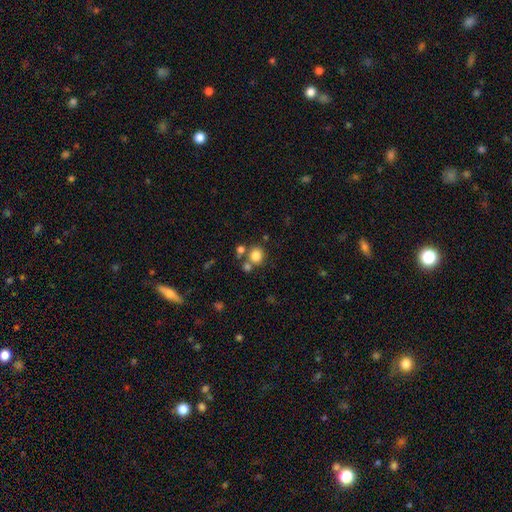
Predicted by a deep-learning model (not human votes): A smooth galaxy with no disk features (81%) that is round (86%).

Vote fractions:
- Smooth or featured? smooth: 81% / star or artifact: 12% / featured or disk: 7%
- How rounded? round: 86% / in between: 14% / cigar-shaped: 1%
- Merging? none: 66% / merger: 21% / minor disturbance: 9% / major disturbance: 4%